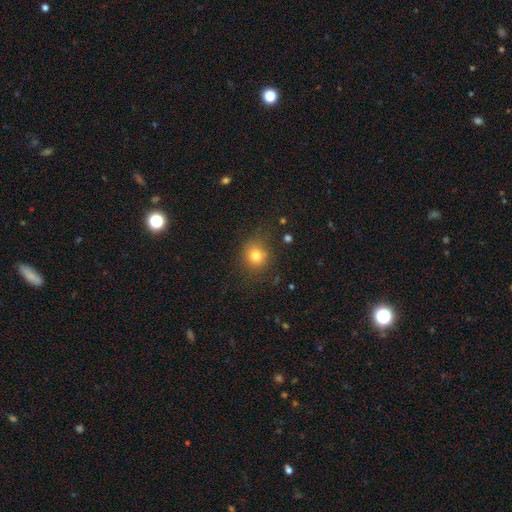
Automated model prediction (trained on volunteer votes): smooth 79%, star or artifact 13%, featured or disk 8%. Down the decision tree: how rounded — round (79%); merging — none (79%).